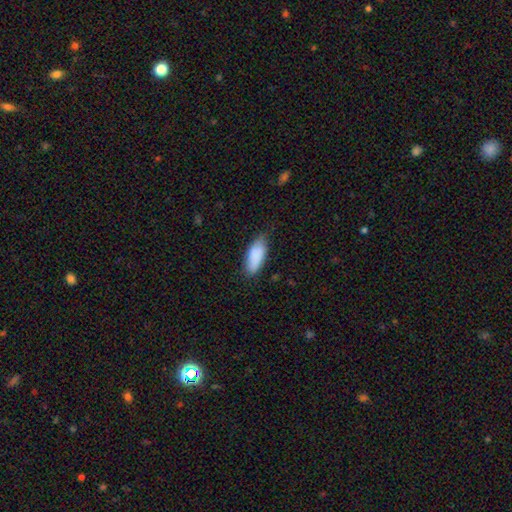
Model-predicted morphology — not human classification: This is clearly a smooth galaxy (87%). How rounded: clearly in between (82%). Merging: likely none (72%).